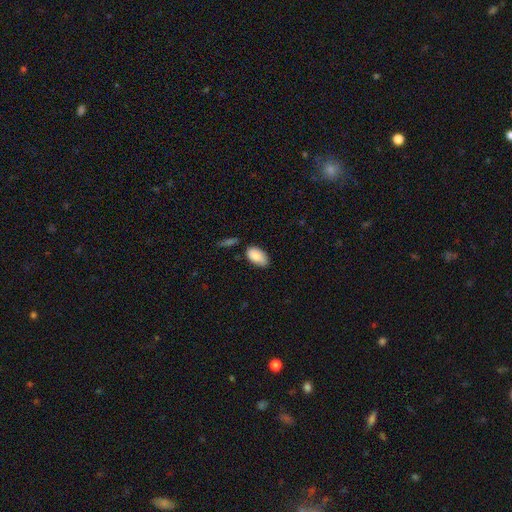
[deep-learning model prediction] A smooth galaxy with no disk features (88%) that is in between round and cigar-shaped (95%). Merging: none (70%).